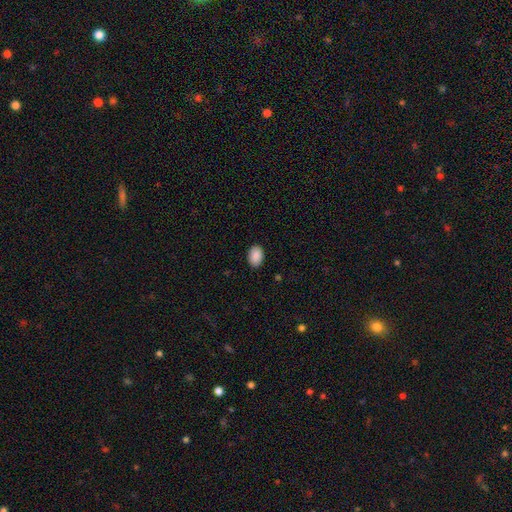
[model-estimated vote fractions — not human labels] Overall: smooth (91%). How rounded: in between (84%). Merging: none (89%).